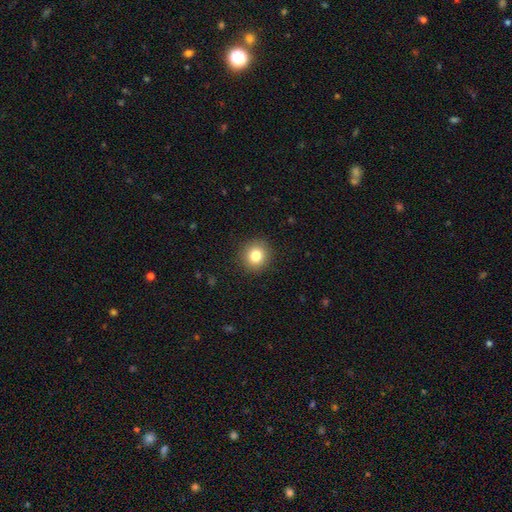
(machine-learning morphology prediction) This is clearly a smooth galaxy (82%). How rounded: clearly round (88%). Merging: clearly none (91%).